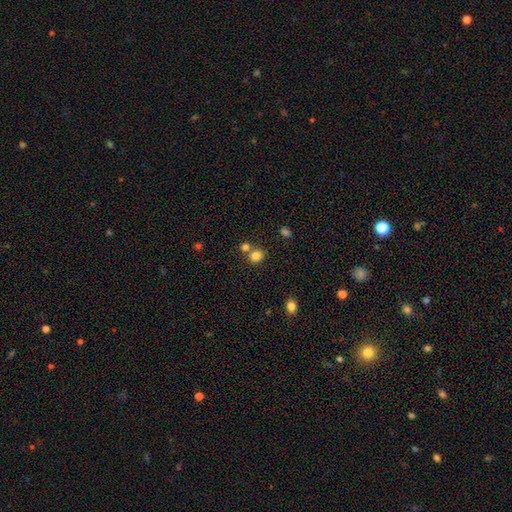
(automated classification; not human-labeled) A smooth galaxy with no disk features (82%) that is round (70%). Merging: none (58%).